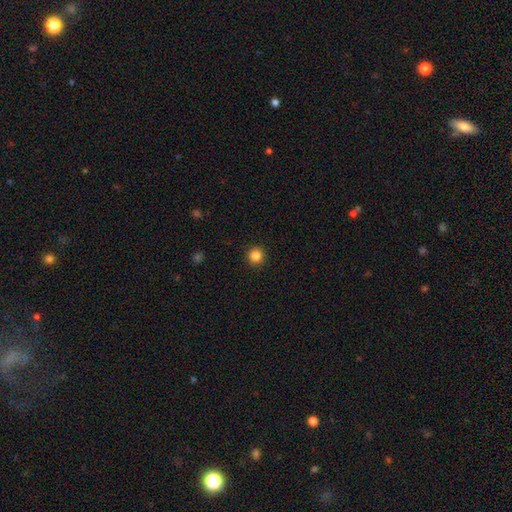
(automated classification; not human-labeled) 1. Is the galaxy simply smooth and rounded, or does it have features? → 85% smooth, 11% star or artifact, 4% featured or disk.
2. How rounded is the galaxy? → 95% round, 4% in between, 1% cigar-shaped.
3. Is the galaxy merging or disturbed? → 93% none, 5% minor disturbance, 2% major disturbance, 1% merger.